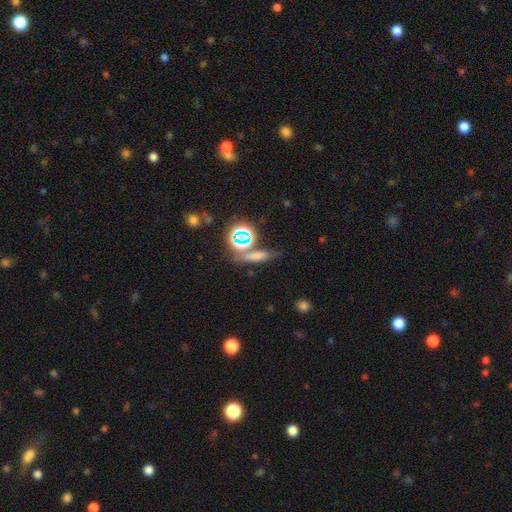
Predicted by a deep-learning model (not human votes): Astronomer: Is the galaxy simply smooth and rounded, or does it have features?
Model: smooth — 58%.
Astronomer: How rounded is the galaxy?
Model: cigar-shaped — 51% (runner-up: in between, 32%).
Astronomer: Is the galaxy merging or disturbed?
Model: none — 68%.